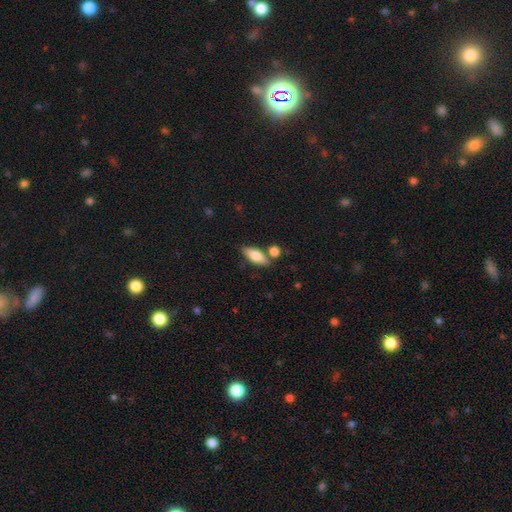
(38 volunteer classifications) Smooth or featured? 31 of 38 (82%) said smooth. How rounded? 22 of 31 (71%) said in between. Merging? 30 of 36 (83%) said none.